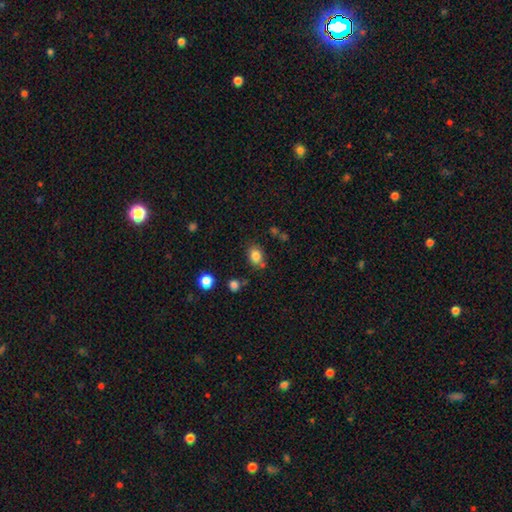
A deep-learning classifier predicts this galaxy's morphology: A smooth galaxy with no disk features (83%) that is in between round and cigar-shaped (60%).

Vote fractions:
- Smooth or featured? smooth: 83% / star or artifact: 11% / featured or disk: 6%
- How rounded? in between: 60% / round: 39% / cigar-shaped: 1%
- Merging? none: 73% / minor disturbance: 15% / merger: 8% / major disturbance: 4%